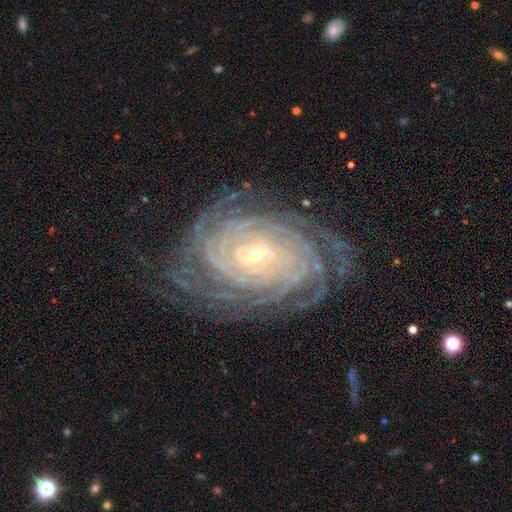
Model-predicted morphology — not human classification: A featured or disk galaxy (91%) with a weak bar (38%, tied with no), more than 4 (32%) tight (87%) spiral arms (98%) and a small central bulge (70%).

Vote fractions:
- Smooth or featured? featured or disk: 91% / star or artifact: 5% / smooth: 3%
- Edge-on disk? no: 97% / yes: 3%
- Bar? weak: 38% (tied) / no: 38% (tied) / strong: 23%
- Spiral arms? yes: 98% / no: 2%
- Spiral winding? tight: 87% / medium: 11% / loose: 2%
- Spiral arm count? more than 4: 32% / 4: 23% / can't tell: 18% / 3: 10% / 2: 9% / 1: 7%
- Bulge size? small: 70% / moderate: 27% / large: 1% / none: 1% / dominant: 1%
- Merging? none: 79% / minor disturbance: 14% / major disturbance: 5% / merger: 1%